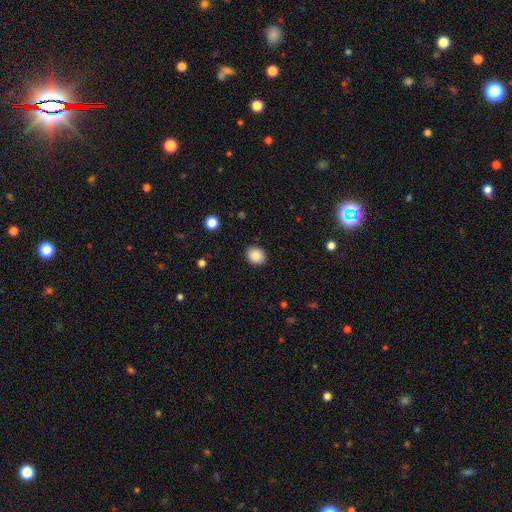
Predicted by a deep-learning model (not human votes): The model was most divided on "how rounded": round: 62%, in between: 37%, cigar-shaped: 1%. More confident: merging — none (90%); smooth or featured — smooth (88%).